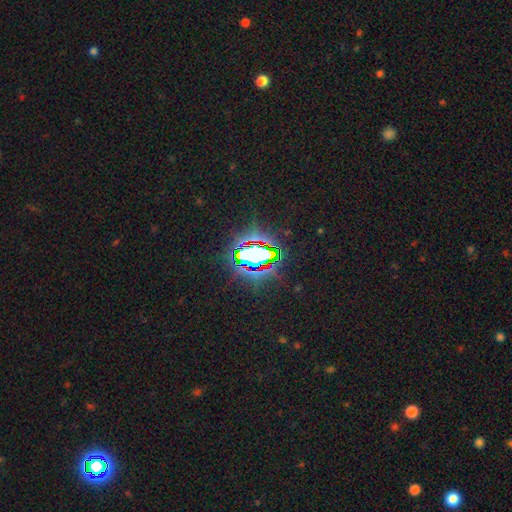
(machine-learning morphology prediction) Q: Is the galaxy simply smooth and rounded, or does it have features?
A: star or artifact — 83%.